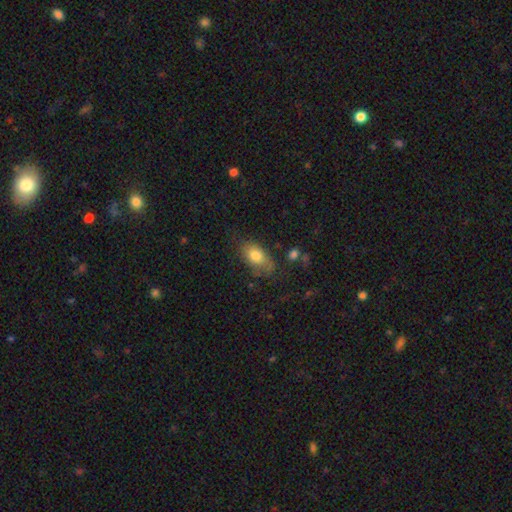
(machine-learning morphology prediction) This appears to be a smooth galaxy with no disk features (76%) that is in between round and cigar-shaped (87%). Merging: none (61%).